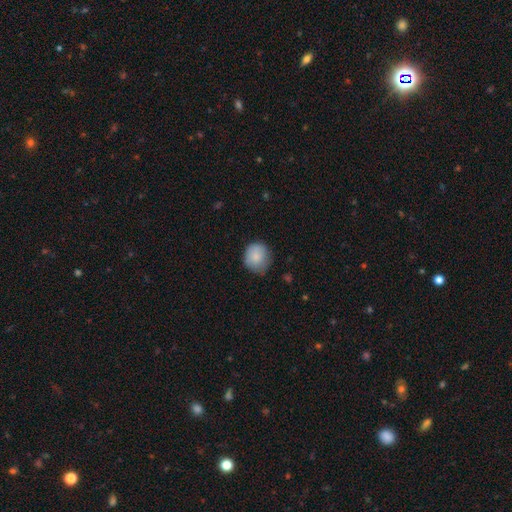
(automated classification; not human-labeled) Smooth or featured?
  - smooth: 85% *
  - featured or disk: 8%
  - star or artifact: 7%
How rounded?
  - round: 82% *
  - in between: 17%
  - cigar-shaped: 1%
Merging?
  - none: 72% *
  - minor disturbance: 23%
  - major disturbance: 4%
  - merger: 1%